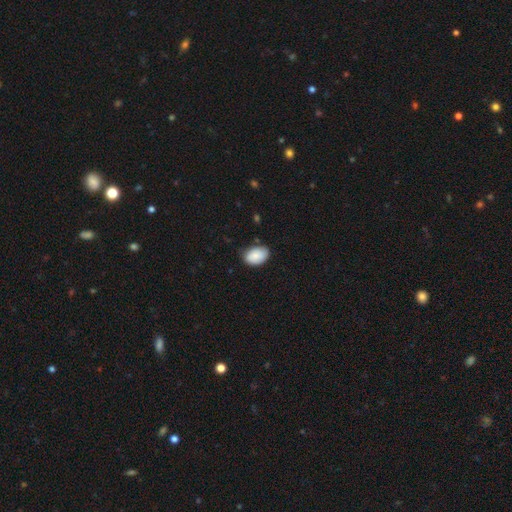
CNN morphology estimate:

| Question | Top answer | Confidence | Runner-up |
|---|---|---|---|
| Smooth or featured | smooth | 88% | star or artifact (7%) |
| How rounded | in between | 86% | round (12%) |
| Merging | none | 75% | minor disturbance (21%) |